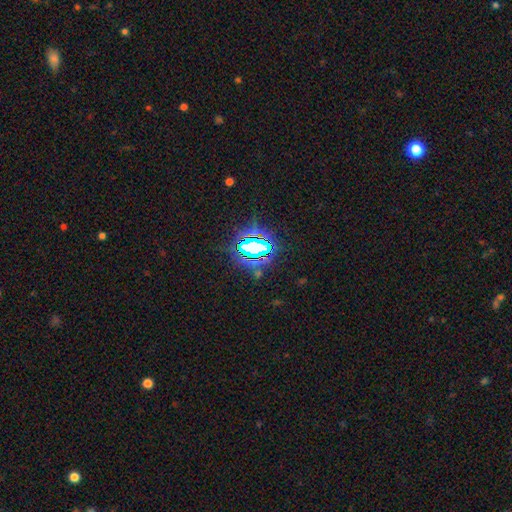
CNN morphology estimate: The model was most divided on "smooth or featured": star or artifact: 81%, smooth: 12%, featured or disk: 7%.